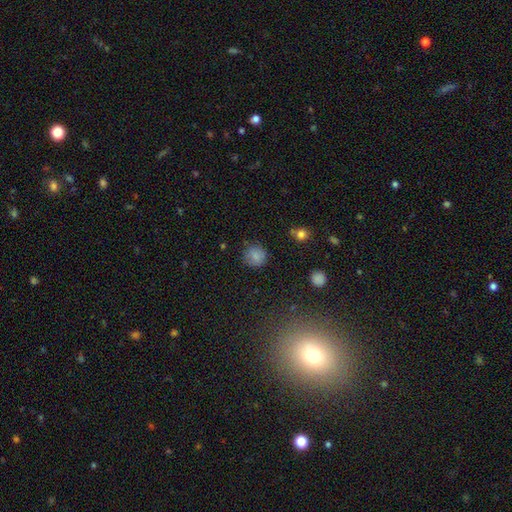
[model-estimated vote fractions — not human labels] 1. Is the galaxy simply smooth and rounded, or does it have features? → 82% smooth, 11% star or artifact, 7% featured or disk.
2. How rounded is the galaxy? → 89% round, 10% in between, 1% cigar-shaped.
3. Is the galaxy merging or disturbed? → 80% none, 14% minor disturbance, 4% major disturbance, 2% merger.